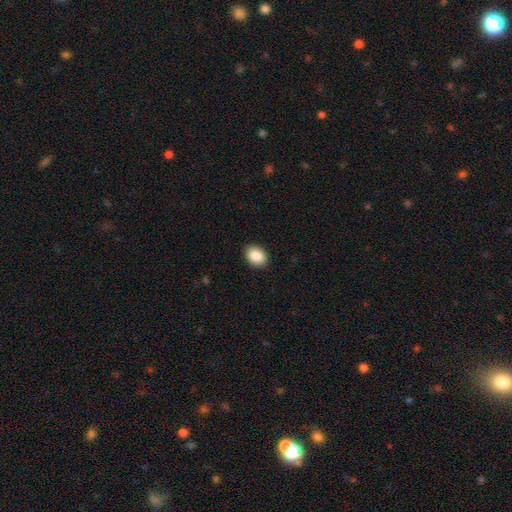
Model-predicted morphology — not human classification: smooth-or-featured: smooth: 88% | star or artifact: 7% | featured or disk: 5%
  how-rounded: in between: 71% | round: 28% | cigar-shaped: 1%
  merging: none: 90% | minor disturbance: 8% | major disturbance: 2% | merger: 1%